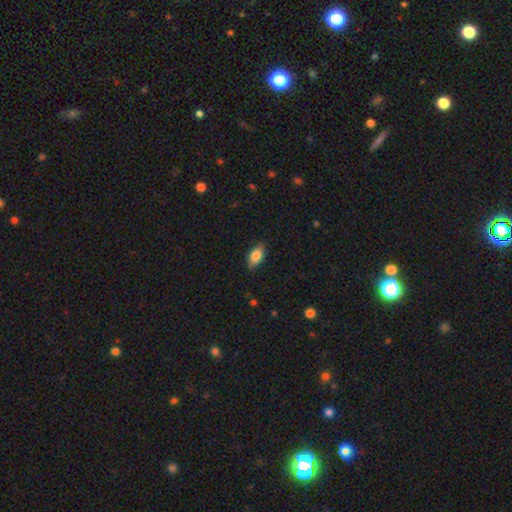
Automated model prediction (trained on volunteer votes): The model was most divided on "smooth or featured": smooth: 75%, featured or disk: 18%, star or artifact: 7%. More confident: how rounded — in between (87%); merging — none (84%).